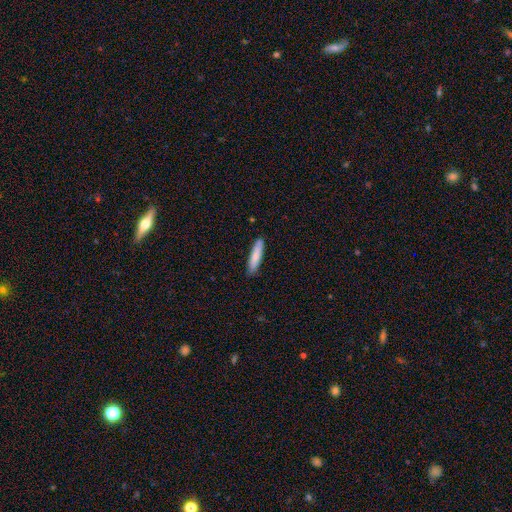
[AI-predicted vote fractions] The model was most divided on "how rounded": cigar-shaped: 83%, in between: 15%, round: 1%. More confident: merging — none (87%); smooth or featured — smooth (82%).